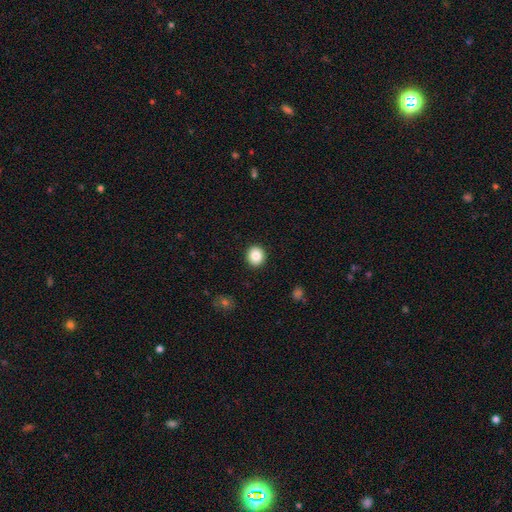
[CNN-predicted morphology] type=smooth (86%); roundness=round (85%); merging=none (92%).